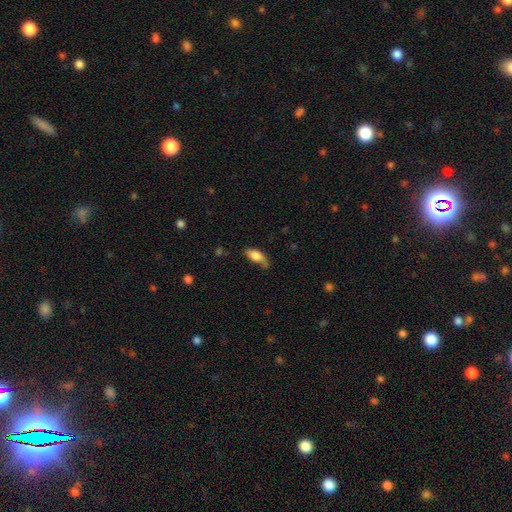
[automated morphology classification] Smooth or featured? Predicted: smooth (p=0.79). How rounded? Predicted: in between (p=0.84). Merging? Predicted: none (p=0.46).